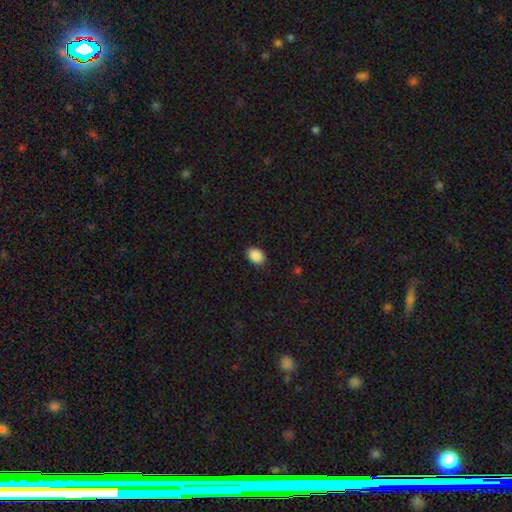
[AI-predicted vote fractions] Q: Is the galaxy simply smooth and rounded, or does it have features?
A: smooth — 90%.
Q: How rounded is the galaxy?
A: in between — 79%.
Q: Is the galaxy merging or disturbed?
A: none — 88%.